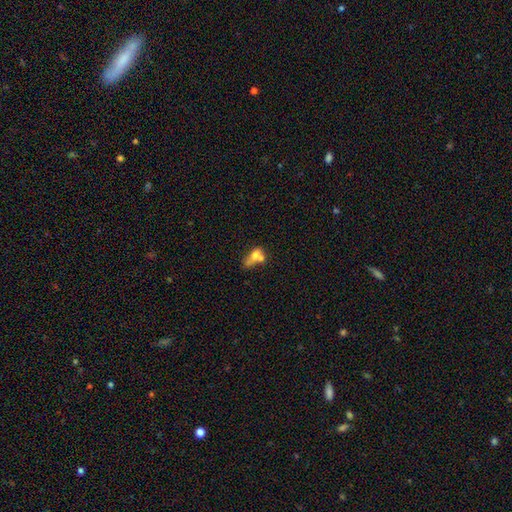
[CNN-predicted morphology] smooth-or-featured: smooth: 60% | featured or disk: 29% | star or artifact: 11%
  how-rounded: in between: 61% | round: 30% | cigar-shaped: 9%
  merging: merger: 58% | none: 21% | major disturbance: 11% | minor disturbance: 10%